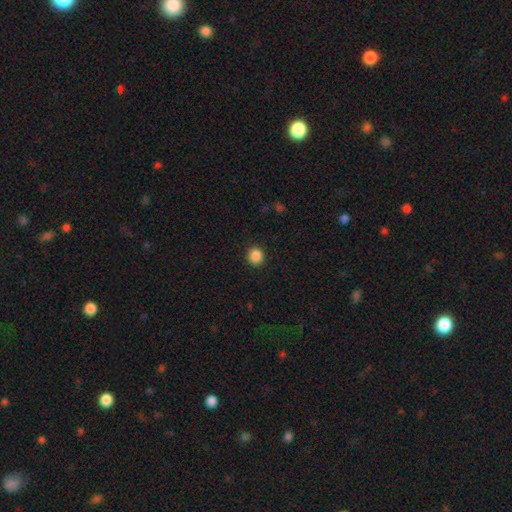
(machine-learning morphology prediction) Overall: smooth (88%). How rounded: round (93%). Merging: none (92%).